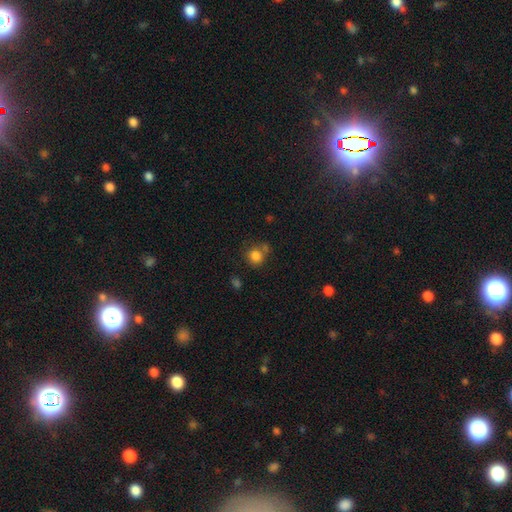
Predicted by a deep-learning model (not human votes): The model was most divided on "merging": none: 59%, merger: 17%, minor disturbance: 17%, major disturbance: 7%. More confident: how rounded — round (83%); smooth or featured — smooth (82%).